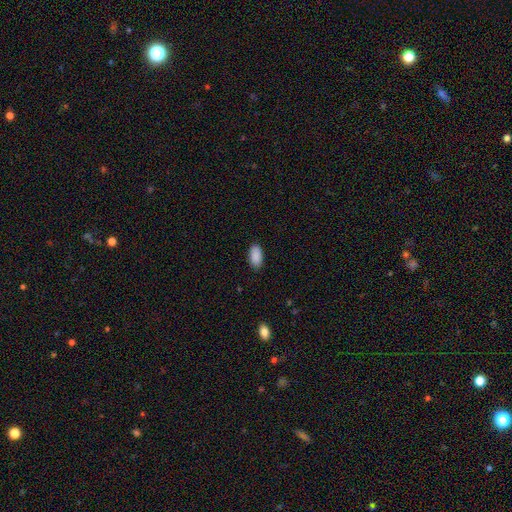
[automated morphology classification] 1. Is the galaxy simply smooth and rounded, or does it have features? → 90% smooth, 7% star or artifact, 3% featured or disk.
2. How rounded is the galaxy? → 94% in between, 3% cigar-shaped, 2% round.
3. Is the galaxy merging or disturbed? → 87% none, 10% minor disturbance, 2% major disturbance, 1% merger.